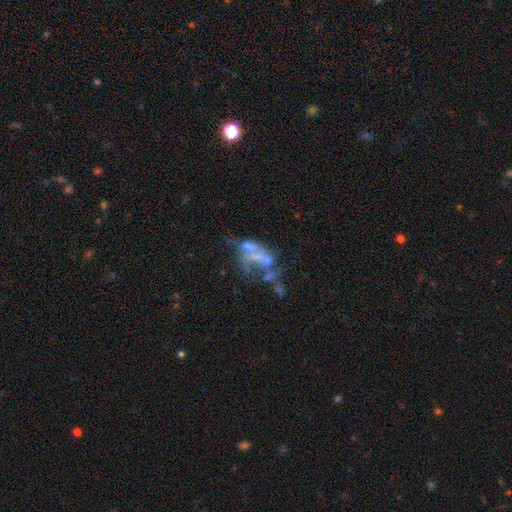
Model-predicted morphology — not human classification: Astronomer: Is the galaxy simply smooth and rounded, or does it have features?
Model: featured or disk — 64%.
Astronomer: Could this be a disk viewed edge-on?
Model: no — 97%.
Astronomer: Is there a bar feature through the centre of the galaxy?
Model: no — 83%.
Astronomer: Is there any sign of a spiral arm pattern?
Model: no — 85%.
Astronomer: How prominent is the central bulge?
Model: none — 58%.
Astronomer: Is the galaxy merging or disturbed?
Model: merger — 36% (runner-up: major disturbance, 30%).